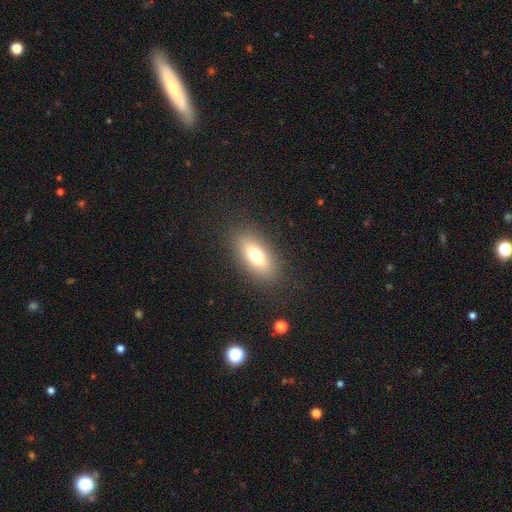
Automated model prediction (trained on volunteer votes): smooth-or-featured: smooth: 73% | featured or disk: 18% | star or artifact: 9%
  how-rounded: in between: 81% | cigar-shaped: 15% | round: 4%
  merging: none: 85% | minor disturbance: 9% | major disturbance: 4% | merger: 1%